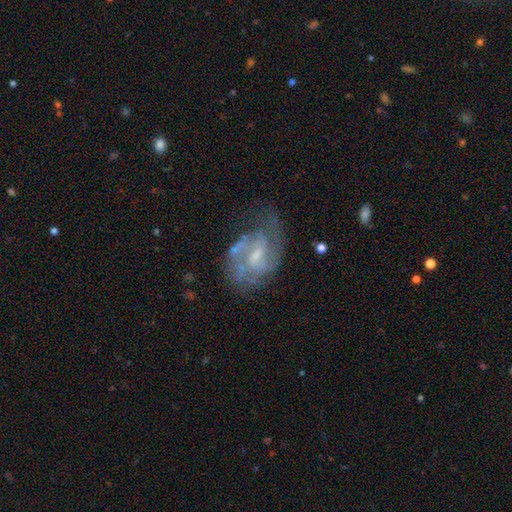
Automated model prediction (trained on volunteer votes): Smooth or featured: featured or disk — 81% (smooth — 12%)
Edge-on disk: no — 97% (yes — 3%)
Bar: weak — 58% (no — 28%)
Spiral arms: yes — 88% (no — 12%)
Spiral winding: medium — 48% (tight — 30%)
Spiral arm count: 2 — 51% (can't tell — 25%)
Bulge size: small — 49% (moderate — 29%)
Merging: none — 51% (minor disturbance — 24%)